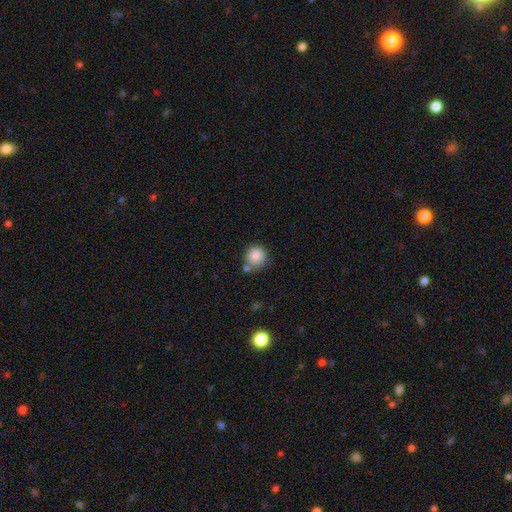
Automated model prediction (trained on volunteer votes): This is clearly a smooth galaxy (86%). How rounded: clearly round (91%). Merging: likely none (69%).